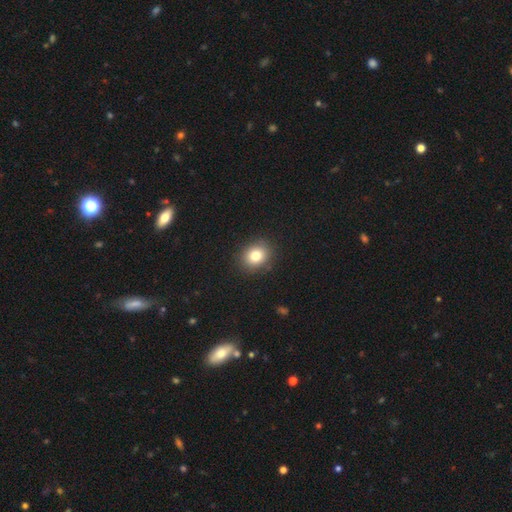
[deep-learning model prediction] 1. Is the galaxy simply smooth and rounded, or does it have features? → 81% smooth, 11% star or artifact, 9% featured or disk.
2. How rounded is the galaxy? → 55% round, 44% in between, 1% cigar-shaped.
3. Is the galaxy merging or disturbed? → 88% none, 9% minor disturbance, 2% major disturbance, 1% merger.